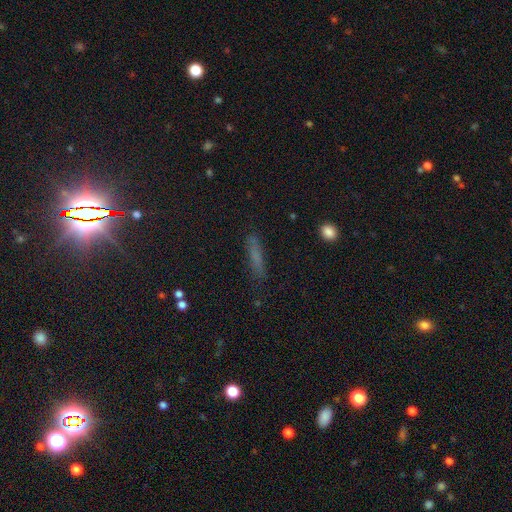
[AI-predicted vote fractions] This is likely a smooth galaxy (63%). How rounded: clearly cigar-shaped (84%). Merging: clearly none (82%).